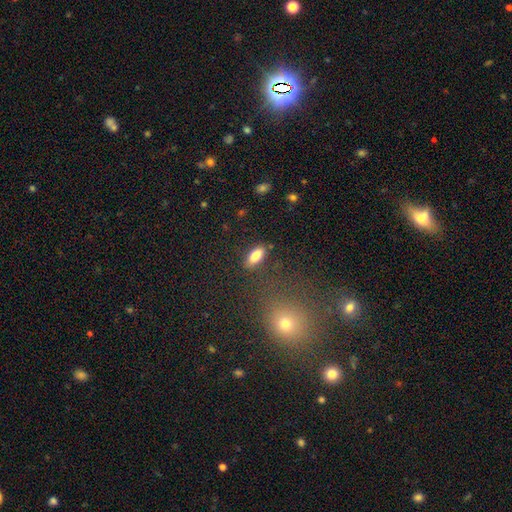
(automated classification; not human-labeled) smooth_or_featured: smooth (p=0.82) [alt: featured or disk p=0.11]
how_rounded: in between (p=0.83) [alt: cigar-shaped p=0.14]
merging: none (p=0.85) [alt: minor disturbance p=0.10]